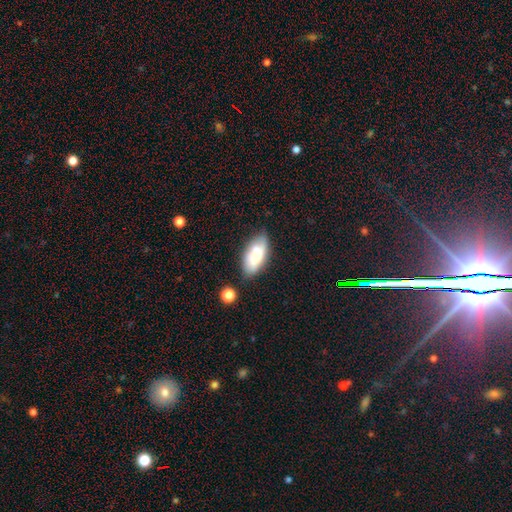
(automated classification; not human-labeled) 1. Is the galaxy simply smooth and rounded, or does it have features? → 72% smooth, 20% featured or disk, 8% star or artifact.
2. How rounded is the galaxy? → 87% in between, 11% cigar-shaped, 2% round.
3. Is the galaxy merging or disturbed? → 65% none, 22% minor disturbance, 8% merger, 6% major disturbance.